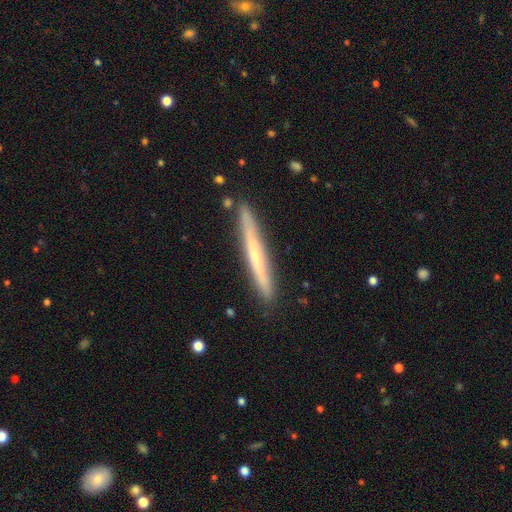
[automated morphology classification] smooth-or-featured: featured or disk: 50% | smooth: 44% | star or artifact: 6%
  merging: none: 87% | minor disturbance: 9% | merger: 2% | major disturbance: 2%